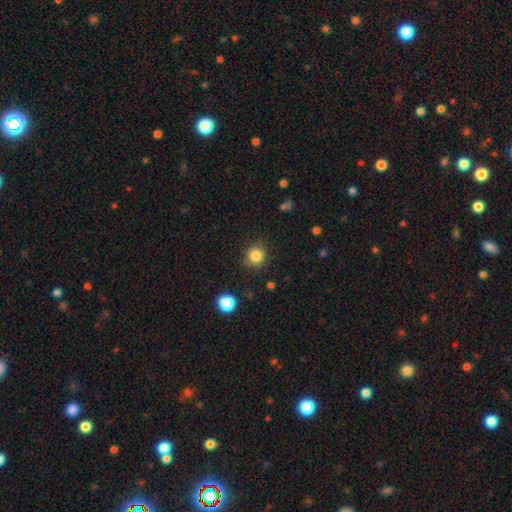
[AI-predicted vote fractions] This is clearly a smooth galaxy (85%). How rounded: clearly round (90%). Merging: clearly none (83%).